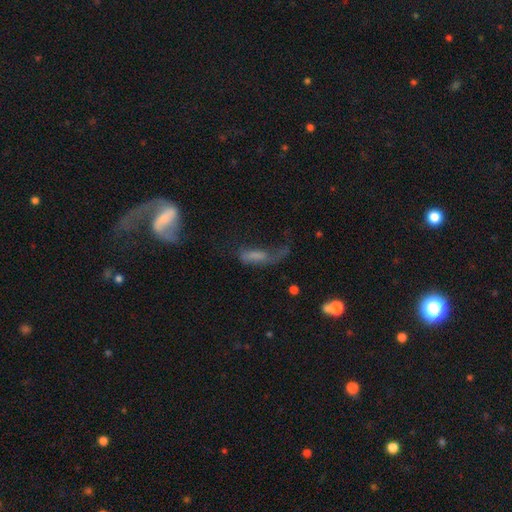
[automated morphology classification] Smooth or featured? Predicted: smooth (p=0.52). How rounded? Predicted: in between (p=0.53). Merging? Predicted: major disturbance (p=0.48).